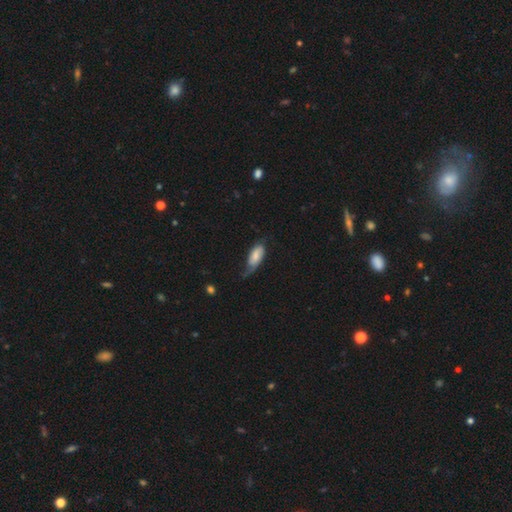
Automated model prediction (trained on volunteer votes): A smooth galaxy with no disk features (56%) that is in between round and cigar-shaped (87%).

Vote fractions:
- Smooth or featured? smooth: 56% / featured or disk: 38% / star or artifact: 6%
- How rounded? in between: 87% / cigar-shaped: 11% / round: 3%
- Merging? minor disturbance: 37% / none: 34% / major disturbance: 26% / merger: 2%